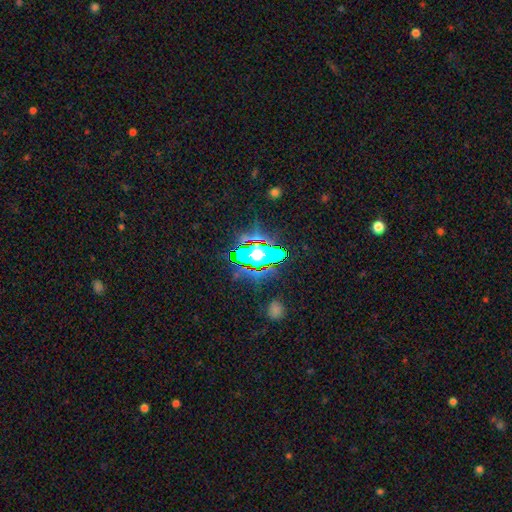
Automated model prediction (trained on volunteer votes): Q: Smooth or featured?
A: star or artifact (48%); runner-up: smooth (34%)